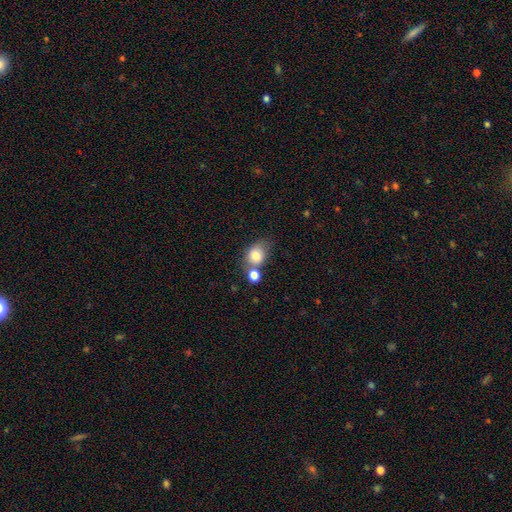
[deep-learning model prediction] This appears to be a smooth galaxy with no disk features (80%) that is in between round and cigar-shaped (53%). Merging: none (43%).